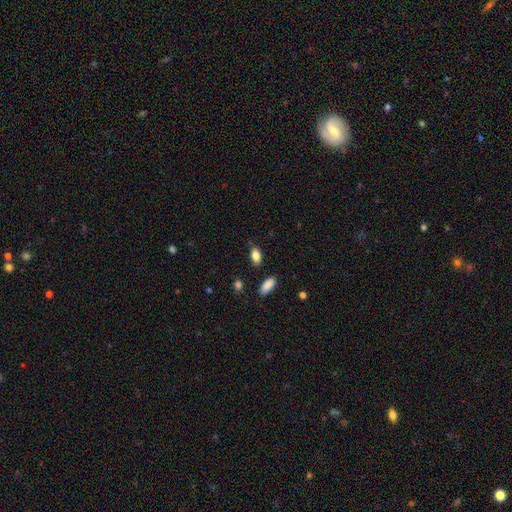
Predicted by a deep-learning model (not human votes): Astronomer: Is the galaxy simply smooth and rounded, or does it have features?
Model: smooth — 86%.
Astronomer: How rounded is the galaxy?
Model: in between — 90%.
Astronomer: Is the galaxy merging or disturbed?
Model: none — 81%.